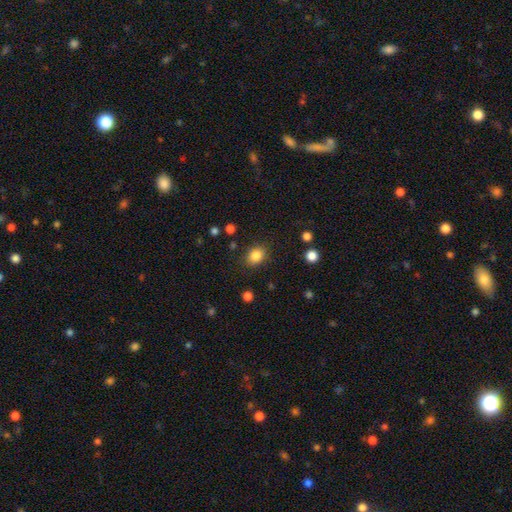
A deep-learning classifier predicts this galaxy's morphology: Overall: smooth (85%). How rounded: round (51%; in between 48%). Merging: none (85%).